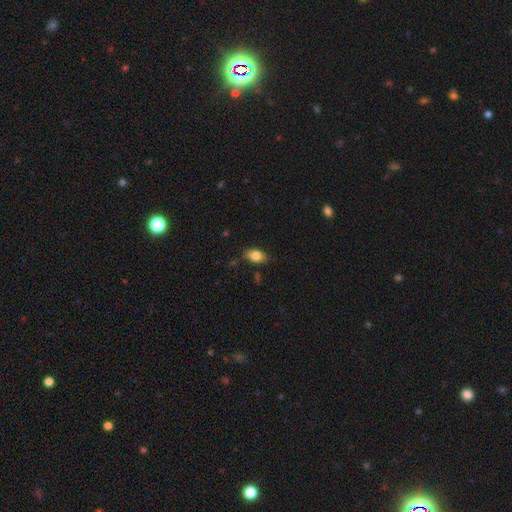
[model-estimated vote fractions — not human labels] The model was most divided on "merging": none: 77%, minor disturbance: 17%, major disturbance: 3%, merger: 2%. More confident: how rounded — in between (86%); smooth or featured — smooth (82%).